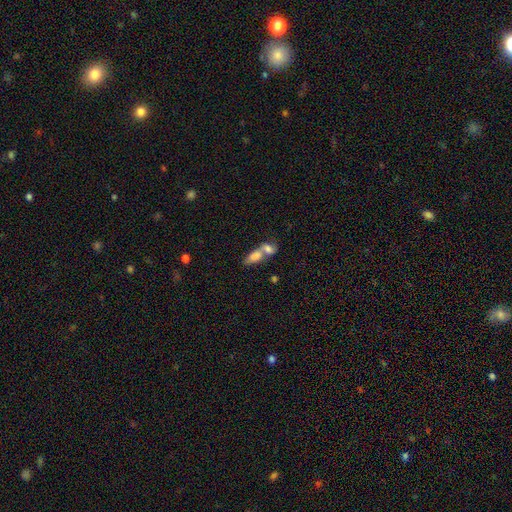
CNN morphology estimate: Overall: smooth (75%). How rounded: in between (81%). Merging: merger (72%).